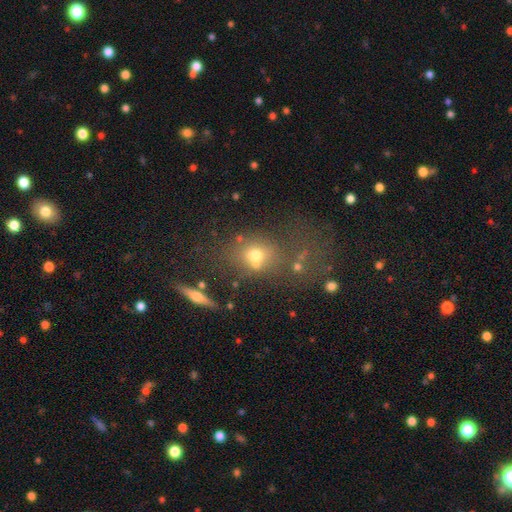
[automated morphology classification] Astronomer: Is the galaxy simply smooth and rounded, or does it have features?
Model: smooth — 60%.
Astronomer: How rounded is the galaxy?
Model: in between — 55% (runner-up: round, 41%).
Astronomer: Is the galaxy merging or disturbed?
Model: none — 54%.